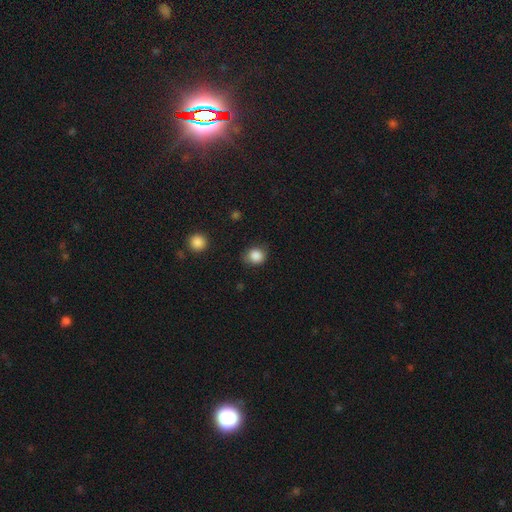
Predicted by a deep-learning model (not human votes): Overall: smooth (87%). How rounded: round (74%). Merging: none (73%).